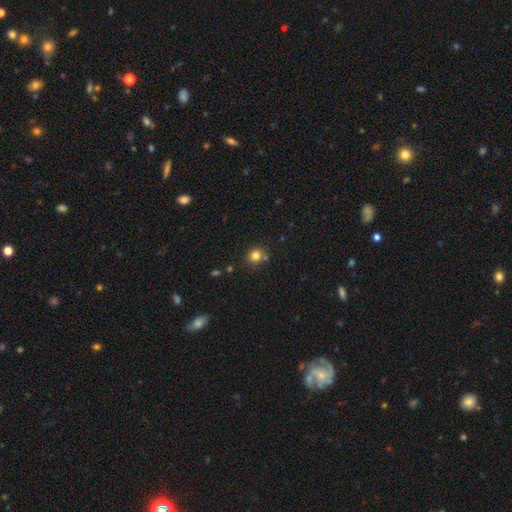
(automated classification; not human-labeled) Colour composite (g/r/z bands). It shows a smooth galaxy with no disk features (81%) that is round (84%). Merging: none (76%).